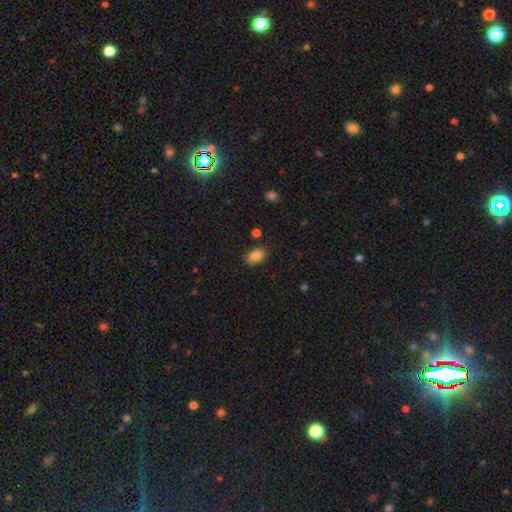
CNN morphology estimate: This is clearly a smooth galaxy (86%). How rounded: clearly in between (90%). Merging: clearly none (84%).